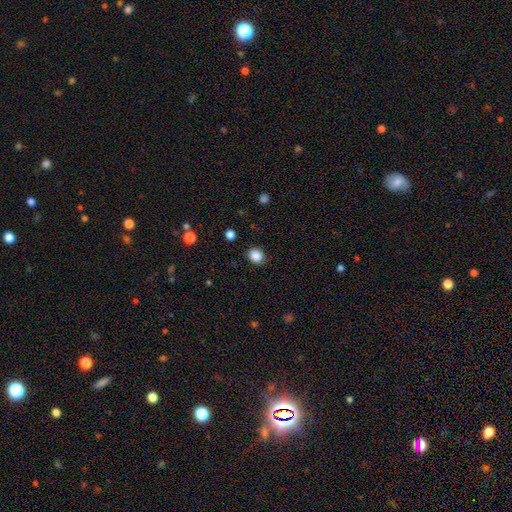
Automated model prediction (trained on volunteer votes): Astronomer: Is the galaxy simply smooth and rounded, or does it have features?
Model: smooth — 87%.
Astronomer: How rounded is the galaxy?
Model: round — 63%.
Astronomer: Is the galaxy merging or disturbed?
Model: none — 87%.